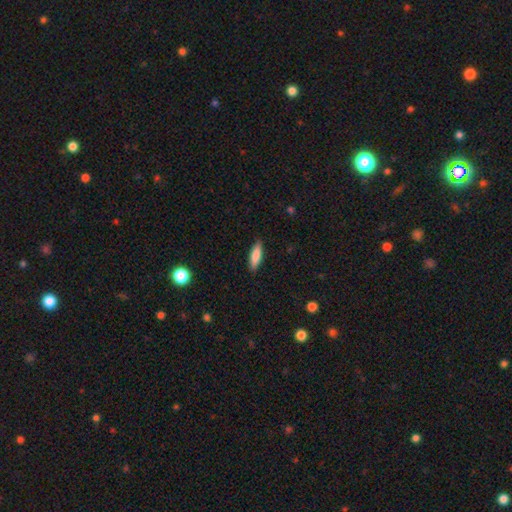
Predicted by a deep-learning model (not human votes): The model was most divided on "how rounded": cigar-shaped: 62%, in between: 36%, round: 2%. More confident: merging — none (88%); smooth or featured — smooth (79%).